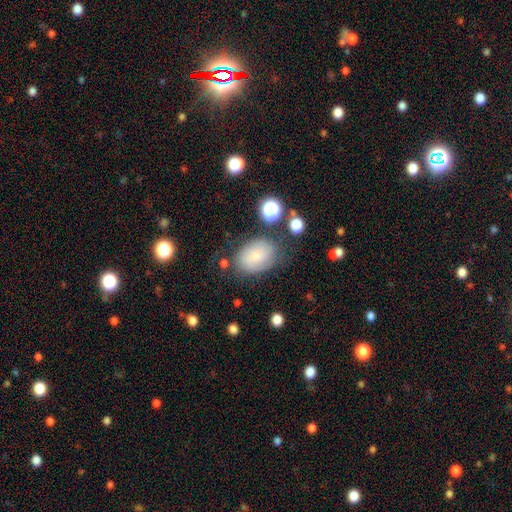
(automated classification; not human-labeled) This appears to be a smooth galaxy with no disk features (64%) that is in between round and cigar-shaped (76%). Merging: none (68%).